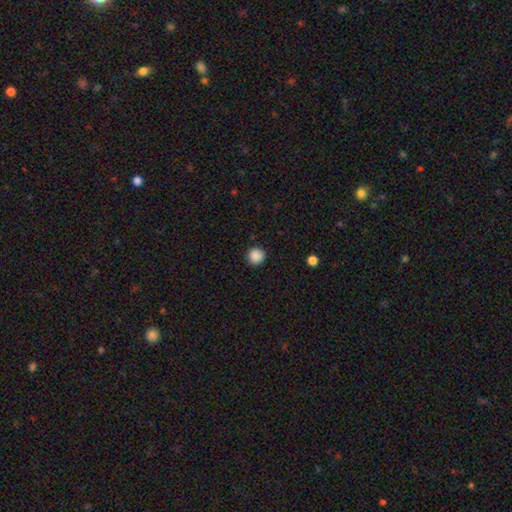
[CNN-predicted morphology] smooth 88%, star or artifact 10%, featured or disk 2%. Down the decision tree: how rounded — round (95%); merging — none (92%).